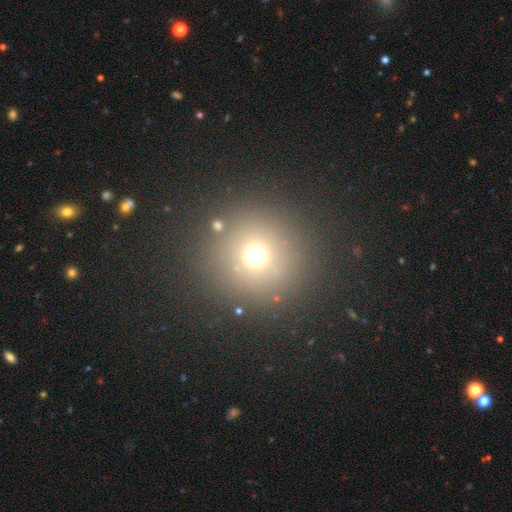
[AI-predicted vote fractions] Smooth or featured? smooth (66%)
How rounded? round (94%)
Merging? none (85%)